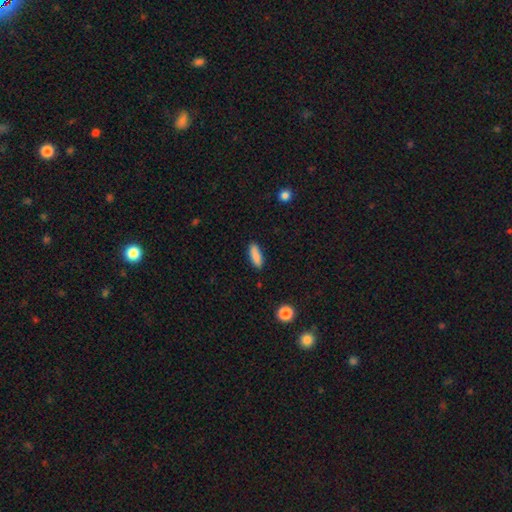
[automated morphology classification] Overall: smooth (87%). How rounded: in between (55%; cigar-shaped 43%). Merging: none (87%).